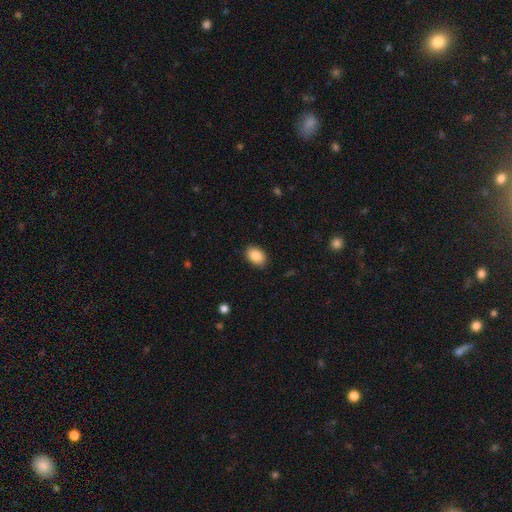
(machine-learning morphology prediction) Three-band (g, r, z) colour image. It shows a smooth galaxy with no disk features (87%) that is in between round and cigar-shaped (83%). Merging: none (88%).